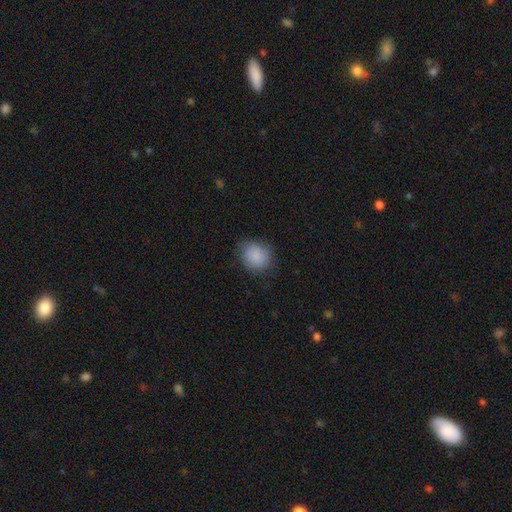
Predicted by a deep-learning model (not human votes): This appears to be a smooth galaxy with no disk features (86%) that is round (76%). Merging: none (78%).